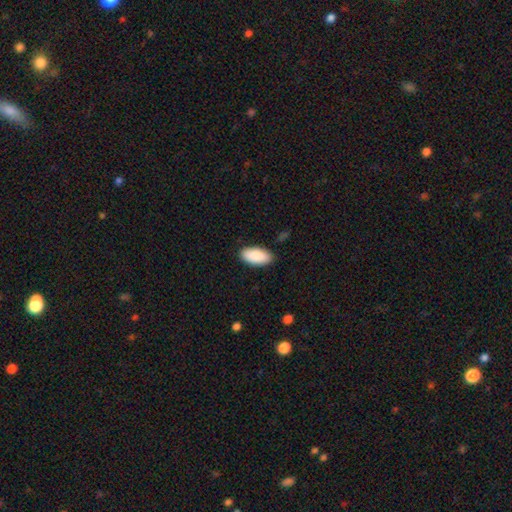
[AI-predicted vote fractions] A smooth galaxy with no disk features (90%) that is in between round and cigar-shaped (94%). Merging: none (88%).